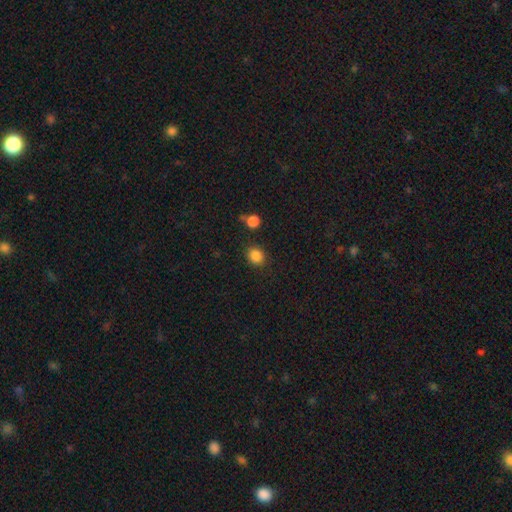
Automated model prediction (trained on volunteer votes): Q: Smooth or featured?
A: smooth (86%); runner-up: star or artifact (10%)
Q: How rounded?
A: round (66%); runner-up: in between (33%)
Q: Merging?
A: none (83%); runner-up: minor disturbance (10%)